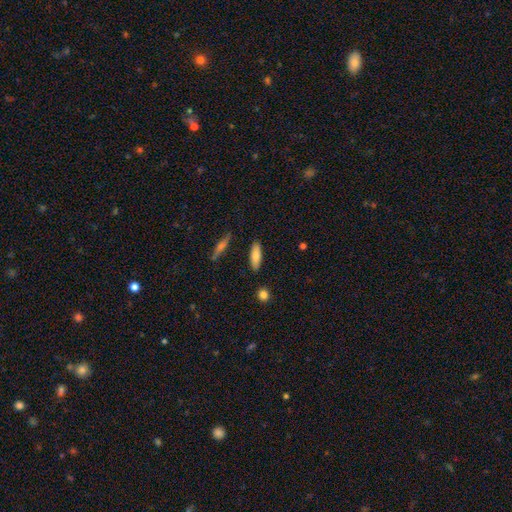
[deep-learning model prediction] smooth-or-featured: smooth: 80% | featured or disk: 14% | star or artifact: 7%
  how-rounded: in between: 59% | cigar-shaped: 39% | round: 2%
  merging: none: 85% | minor disturbance: 10% | merger: 2% | major disturbance: 2%